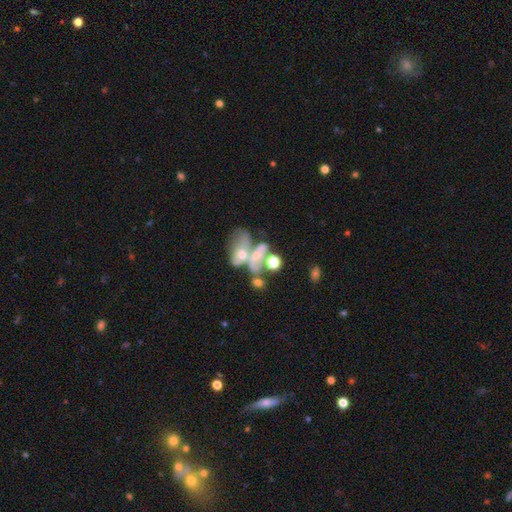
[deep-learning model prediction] Smooth or featured?
  - featured or disk: 51% *
  - smooth: 27%
  - star or artifact: 22%
Edge-on disk?
  - no: 94% *
  - yes: 6%
Merging?
  - merger: 55% *
  - major disturbance: 21%
  - none: 16%
  - minor disturbance: 8%